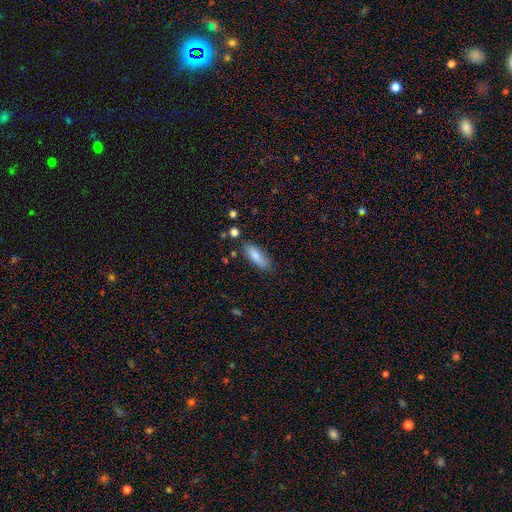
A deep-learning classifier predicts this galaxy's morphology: Smooth or featured?
  - smooth: 84% *
  - featured or disk: 10%
  - star or artifact: 7%
How rounded?
  - in between: 63% *
  - cigar-shaped: 35%
  - round: 2%
Merging?
  - none: 78% *
  - minor disturbance: 16%
  - major disturbance: 4%
  - merger: 3%